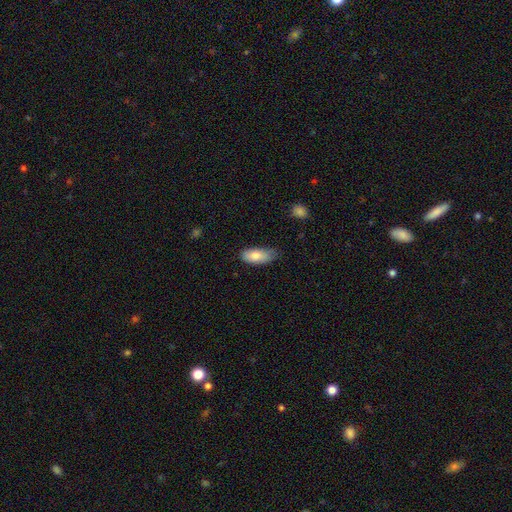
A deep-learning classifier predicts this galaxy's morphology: A smooth galaxy with no disk features (82%) that is in between round and cigar-shaped (85%). Merging: none (61%).